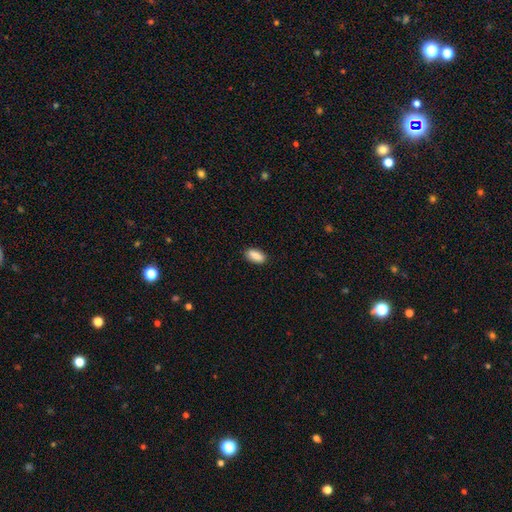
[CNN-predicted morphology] Smooth or featured: smooth — 89% (star or artifact — 7%)
How rounded: in between — 85% (cigar-shaped — 12%)
Merging: none — 88% (minor disturbance — 9%)